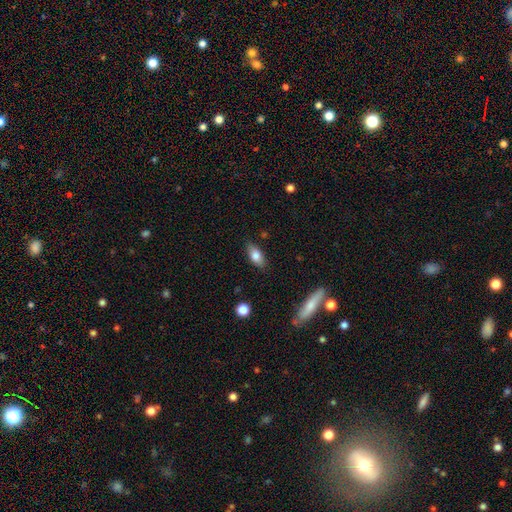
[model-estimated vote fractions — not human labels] This is likely a smooth galaxy (78%). How rounded: clearly in between (83%). Merging: clearly none (84%).